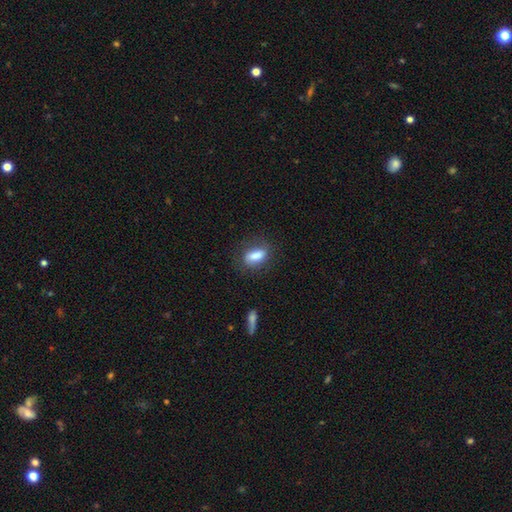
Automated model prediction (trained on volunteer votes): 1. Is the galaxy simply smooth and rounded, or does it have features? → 80% smooth, 12% featured or disk, 8% star or artifact.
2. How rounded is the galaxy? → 76% in between, 17% cigar-shaped, 7% round.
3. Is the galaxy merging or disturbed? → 74% none, 17% minor disturbance, 7% major disturbance, 2% merger.